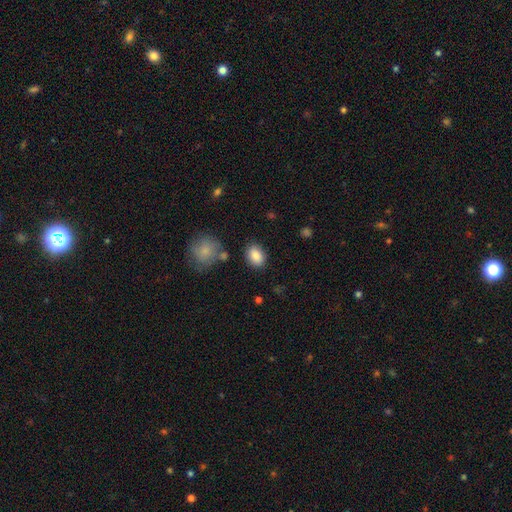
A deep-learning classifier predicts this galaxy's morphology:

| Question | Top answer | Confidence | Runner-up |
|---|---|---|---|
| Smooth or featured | smooth | 86% | star or artifact (8%) |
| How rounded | in between | 71% | round (28%) |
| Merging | none | 82% | minor disturbance (11%) |